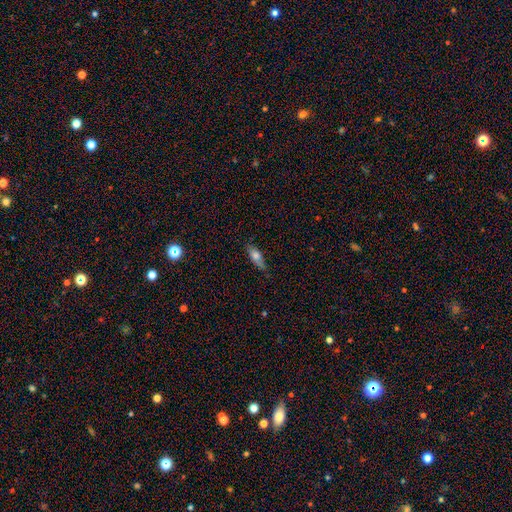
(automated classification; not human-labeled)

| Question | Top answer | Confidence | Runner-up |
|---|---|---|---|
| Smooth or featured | smooth | 69% | featured or disk (24%) |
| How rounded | in between | 66% | cigar-shaped (32%) |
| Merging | none | 72% | minor disturbance (23%) |